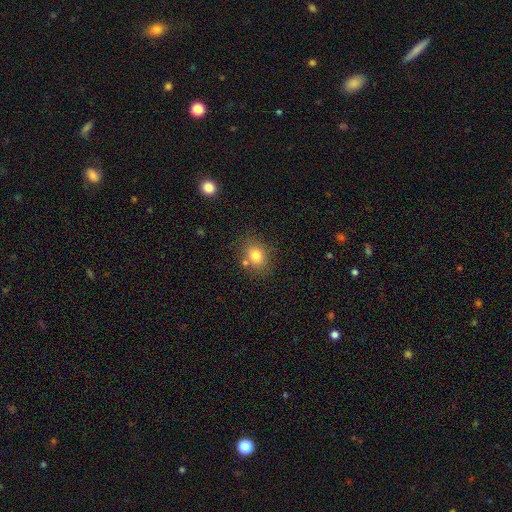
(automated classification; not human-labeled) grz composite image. It shows a smooth galaxy with no disk features (79%) that is round (55%). Merging: none (74%).